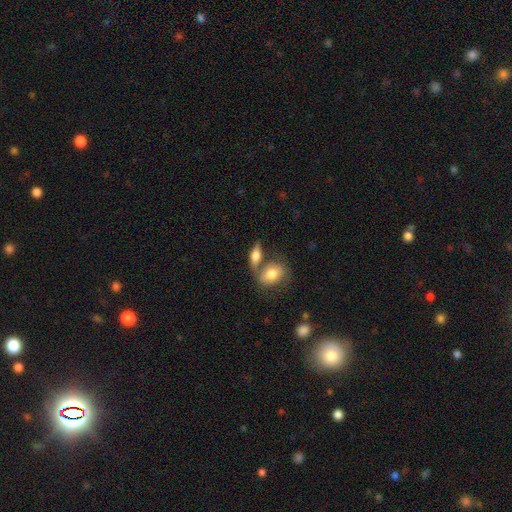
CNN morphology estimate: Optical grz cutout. It shows a smooth galaxy with no disk features (62%) that is in between round and cigar-shaped (69%). Merging: none (52%).